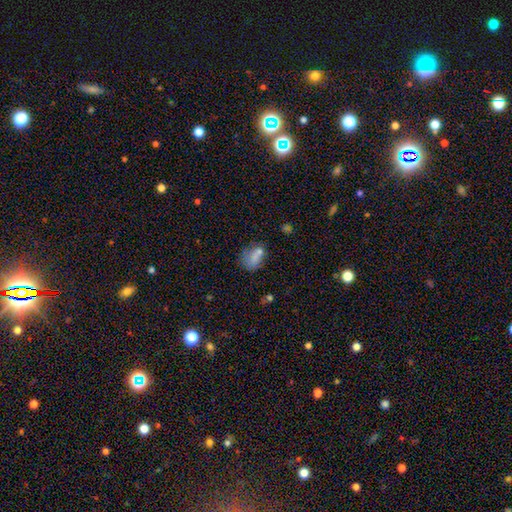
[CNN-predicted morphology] Overall: smooth (72%). How rounded: in between (73%). Merging: none (40%; merger 24%).